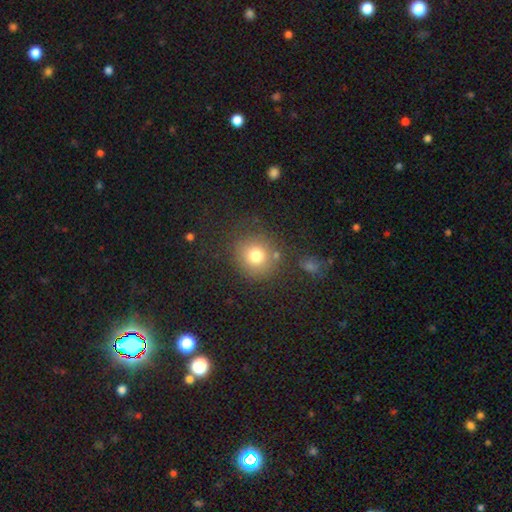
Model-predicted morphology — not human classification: type=smooth (76%); roundness=round (89%); merging=none (77%).